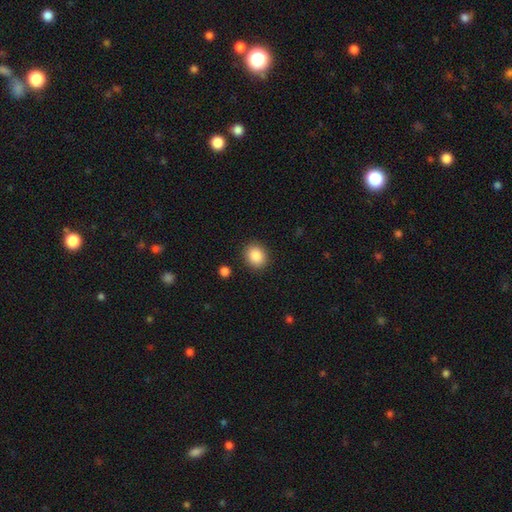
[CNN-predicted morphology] Smooth or featured?
  - smooth: 88% *
  - star or artifact: 8%
  - featured or disk: 4%
How rounded?
  - round: 63% *
  - in between: 36%
  - cigar-shaped: 1%
Merging?
  - none: 89% *
  - minor disturbance: 7%
  - major disturbance: 2%
  - merger: 2%